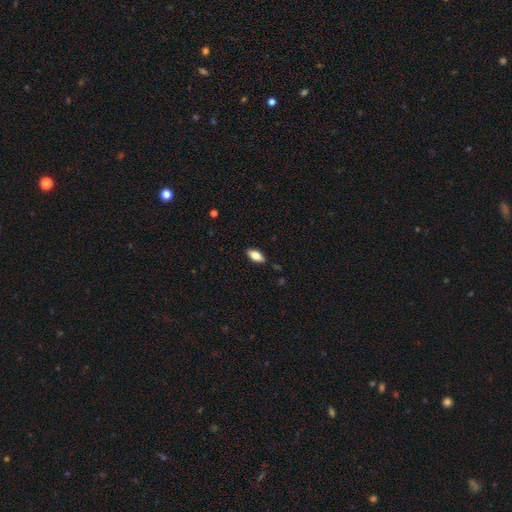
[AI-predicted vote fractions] smooth 77%, featured or disk 16%, star or artifact 7%. Down the decision tree: how rounded — in between (86%); merging — none (85%).